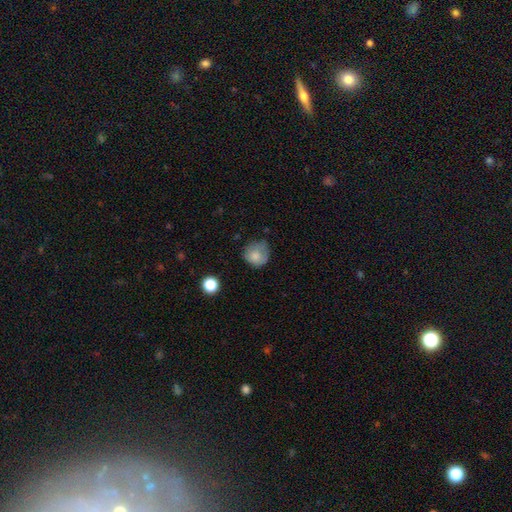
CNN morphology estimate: type=smooth (79%); roundness=round (81%); merging=none (48%).